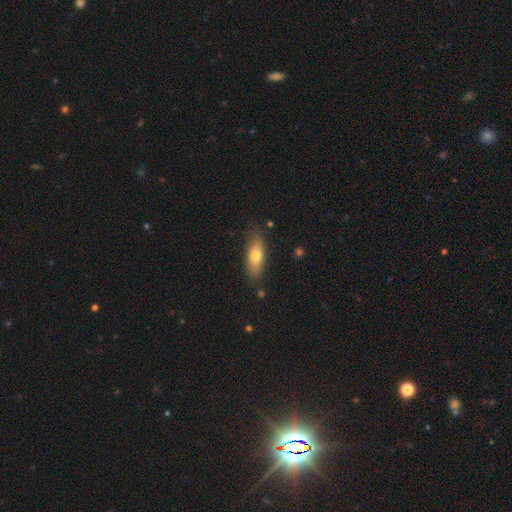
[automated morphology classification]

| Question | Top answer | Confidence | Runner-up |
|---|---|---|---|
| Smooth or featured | smooth | 71% | featured or disk (23%) |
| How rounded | in between | 65% | cigar-shaped (32%) |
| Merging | none | 80% | minor disturbance (15%) |